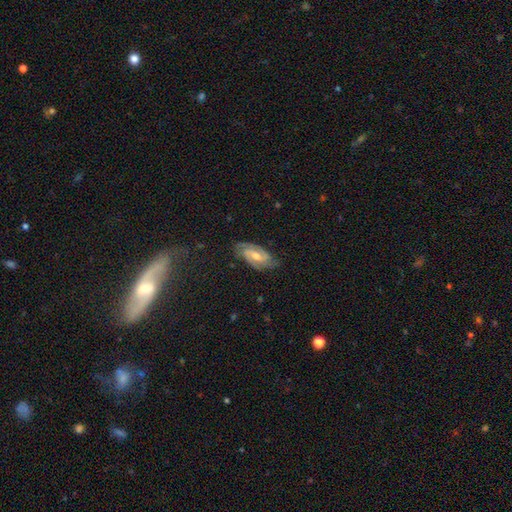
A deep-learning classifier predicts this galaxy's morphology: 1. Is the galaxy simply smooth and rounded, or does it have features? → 82% featured or disk, 11% smooth, 7% star or artifact.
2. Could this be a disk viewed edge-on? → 94% no, 6% yes.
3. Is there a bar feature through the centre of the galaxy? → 49% weak, 30% no, 21% strong.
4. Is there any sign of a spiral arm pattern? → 96% yes, 4% no.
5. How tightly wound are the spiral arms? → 47% tight, 42% medium, 11% loose.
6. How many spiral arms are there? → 81% 2, 8% can't tell, 5% 3, 2% 1, 2% 4, 1% more than 4.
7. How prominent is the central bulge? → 62% moderate, 31% small, 4% large, 2% none, 1% dominant.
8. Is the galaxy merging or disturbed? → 78% none, 16% minor disturbance, 4% major disturbance, 1% merger.